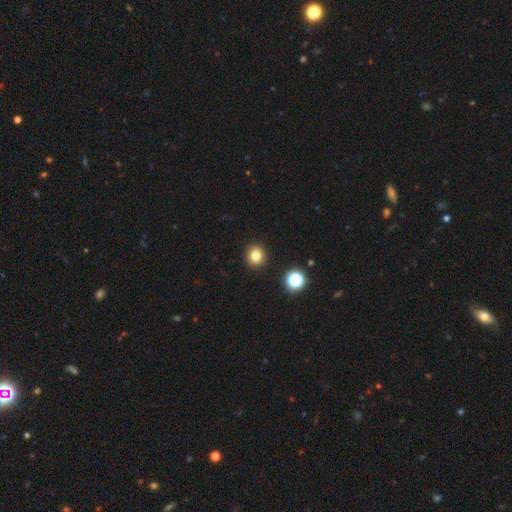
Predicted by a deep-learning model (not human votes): smooth-or-featured: smooth: 80% | star or artifact: 14% | featured or disk: 6%
  how-rounded: round: 88% | in between: 11% | cigar-shaped: 1%
  merging: none: 92% | minor disturbance: 5% | major disturbance: 2% | merger: 2%